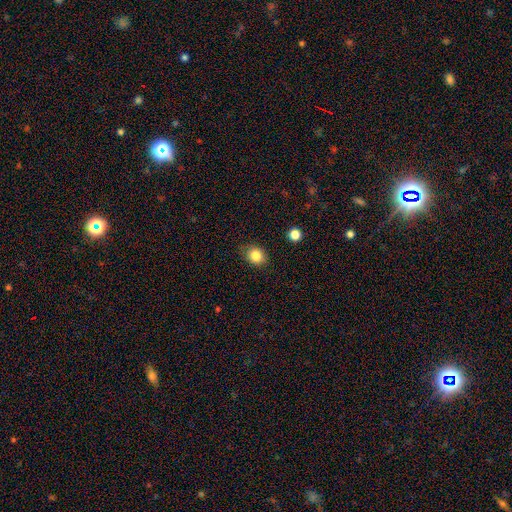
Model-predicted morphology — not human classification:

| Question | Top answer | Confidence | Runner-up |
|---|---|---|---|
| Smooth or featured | smooth | 83% | star or artifact (10%) |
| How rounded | round | 63% | in between (36%) |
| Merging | none | 83% | minor disturbance (12%) |